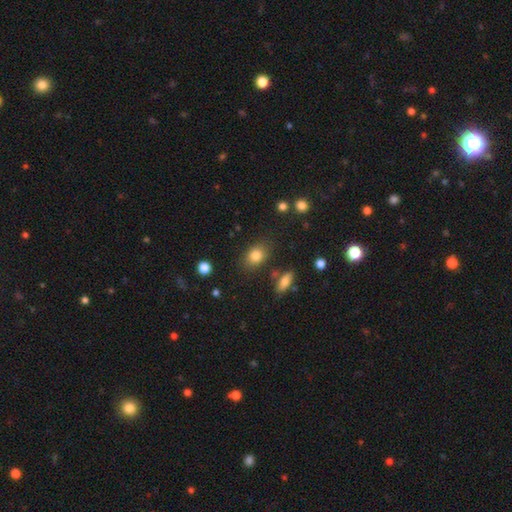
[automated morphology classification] Smooth or featured? smooth (81%)
How rounded? in between (67%)
Merging? none (78%)